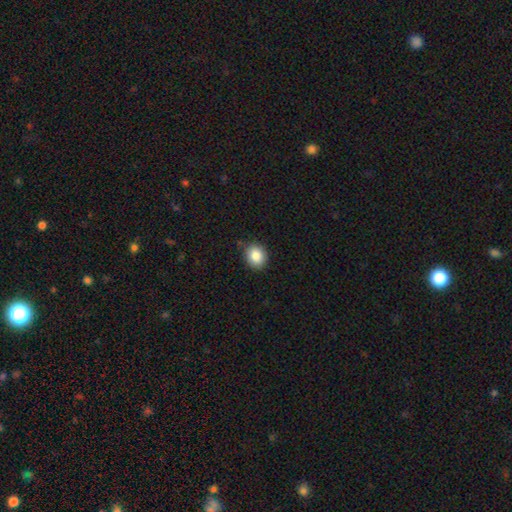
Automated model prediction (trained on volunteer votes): Morphology: type=smooth (85%); roundness=round (71%); merging=none (84%).